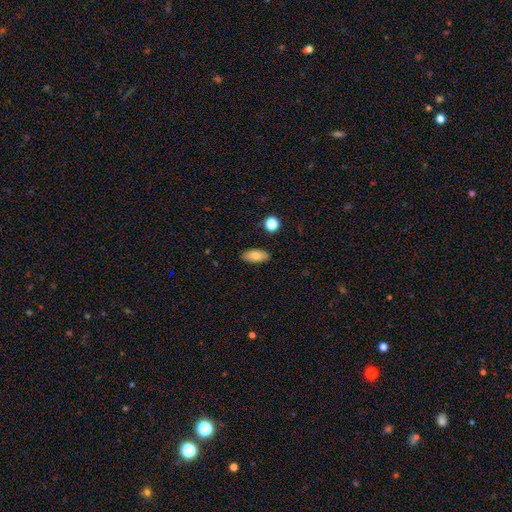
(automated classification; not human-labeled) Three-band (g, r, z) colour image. It shows a smooth galaxy with no disk features (82%) that is in between round and cigar-shaped (88%). Merging: none (87%).